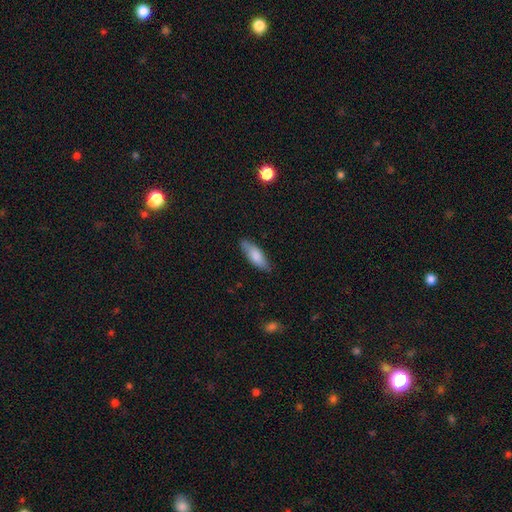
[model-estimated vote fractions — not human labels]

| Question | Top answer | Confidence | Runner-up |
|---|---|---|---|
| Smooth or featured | smooth | 79% | featured or disk (15%) |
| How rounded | in between | 60% | cigar-shaped (38%) |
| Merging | none | 81% | minor disturbance (15%) |